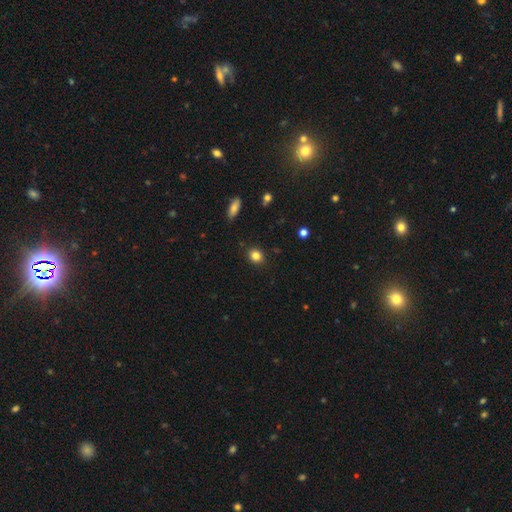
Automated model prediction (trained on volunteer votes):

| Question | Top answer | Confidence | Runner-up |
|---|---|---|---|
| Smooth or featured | smooth | 84% | star or artifact (11%) |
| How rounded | round | 69% | in between (30%) |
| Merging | none | 88% | minor disturbance (8%) |